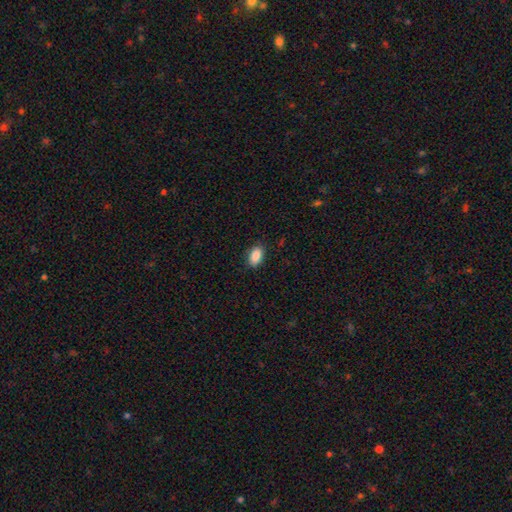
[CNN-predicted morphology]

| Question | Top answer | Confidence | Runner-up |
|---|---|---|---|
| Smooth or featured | smooth | 89% | star or artifact (7%) |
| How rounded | in between | 92% | round (5%) |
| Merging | none | 87% | minor disturbance (10%) |